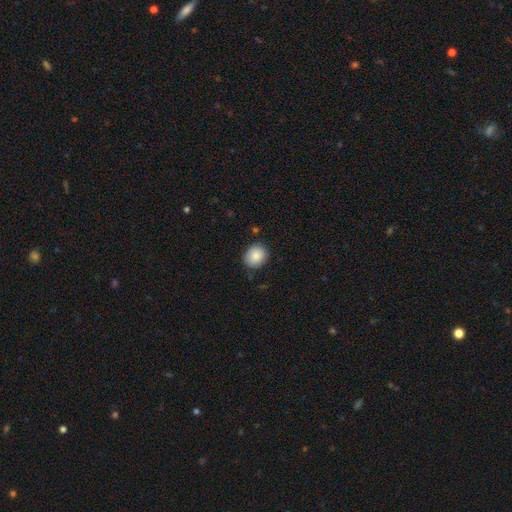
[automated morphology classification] smooth_or_featured: smooth (p=0.86) [alt: star or artifact p=0.08]
how_rounded: round (p=0.64) [alt: in between p=0.35]
merging: none (p=0.81) [alt: minor disturbance p=0.15]